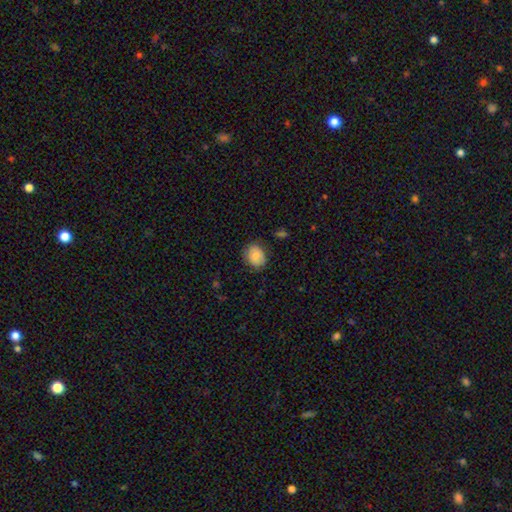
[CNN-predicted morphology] This appears to be a smooth galaxy with no disk features (81%) that is round (53%). Merging: none (78%).